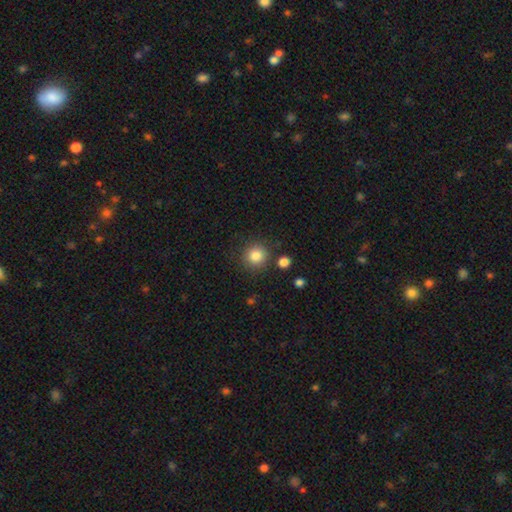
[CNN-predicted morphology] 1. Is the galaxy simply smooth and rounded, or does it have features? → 85% smooth, 10% star or artifact, 5% featured or disk.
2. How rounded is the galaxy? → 92% round, 7% in between, 1% cigar-shaped.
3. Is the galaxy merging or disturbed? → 85% none, 8% minor disturbance, 4% merger, 3% major disturbance.